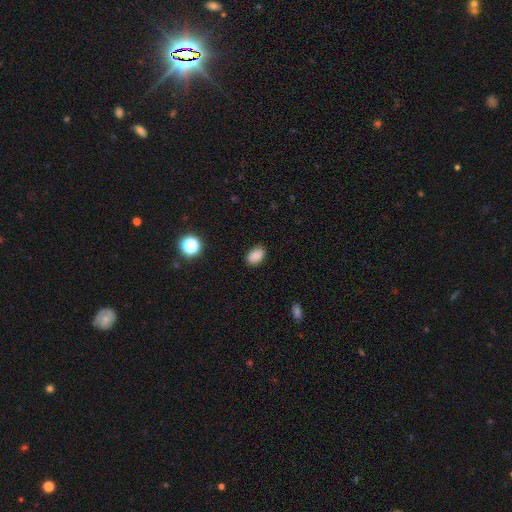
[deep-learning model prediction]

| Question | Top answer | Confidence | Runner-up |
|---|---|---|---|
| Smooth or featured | smooth | 83% | star or artifact (11%) |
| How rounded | in between | 84% | round (15%) |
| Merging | none | 83% | minor disturbance (13%) |